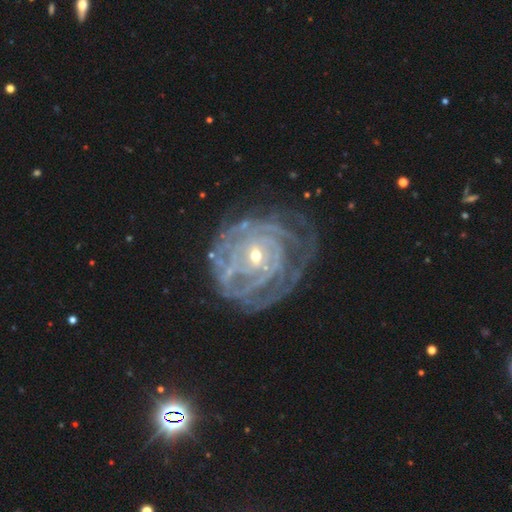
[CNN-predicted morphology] This is clearly a featured or disk galaxy (85%). It is clearly not viewed edge-on (97%). Bar: likely no (61%). Spiral arm pattern: clearly yes (89%). Spiral arm count: possibly can't tell (46%). Spiral winding: likely tight (79%). Central bulge: likely small (63%). Merging: likely none (63%).